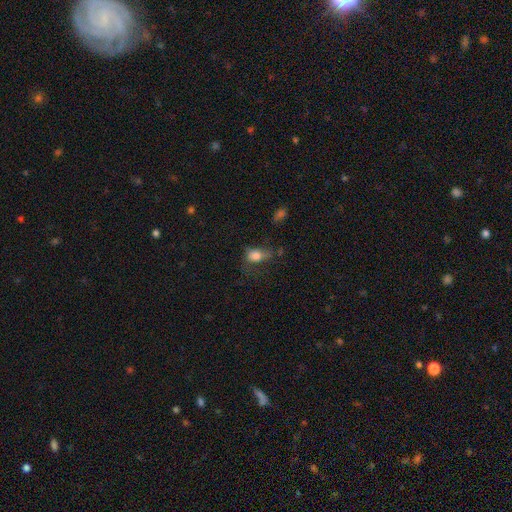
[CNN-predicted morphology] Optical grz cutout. It shows a smooth galaxy with no disk features (77%) that is in between round and cigar-shaped (71%). Merging: none (37%).